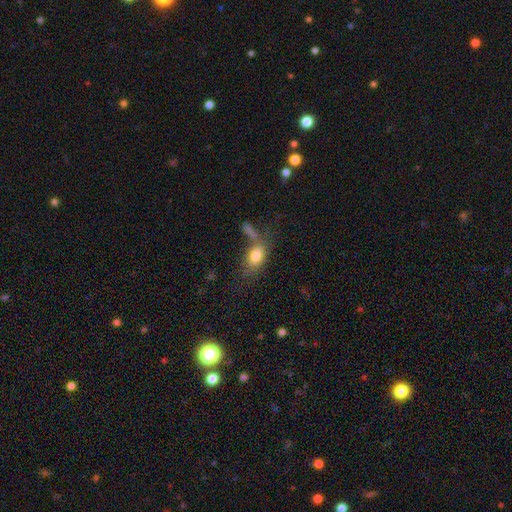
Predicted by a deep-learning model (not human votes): The model was most divided on "merging": none: 49%, merger: 22%, minor disturbance: 17%, major disturbance: 12%. More confident: how rounded — in between (84%); smooth or featured — smooth (81%).